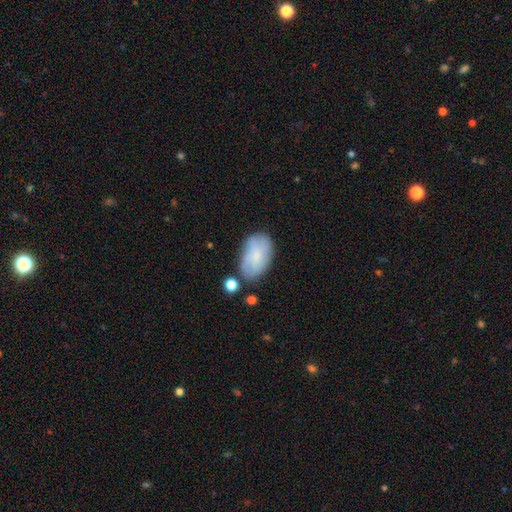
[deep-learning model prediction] Morphology: type=smooth (63%); roundness=in between (92%); merging=none (60%).